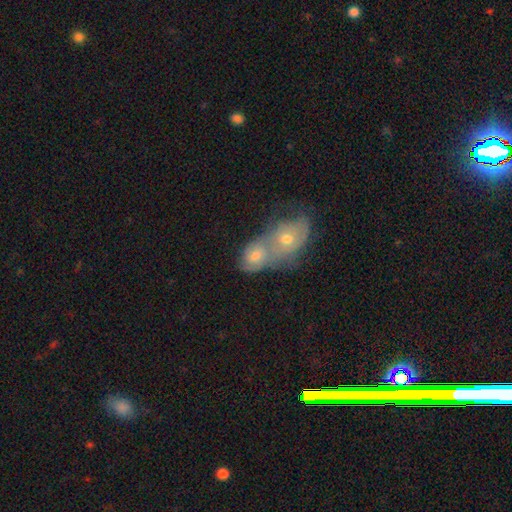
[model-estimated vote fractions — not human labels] This is possibly a smooth galaxy (45%, tied with featured or disk). Merging: likely merger (69%).